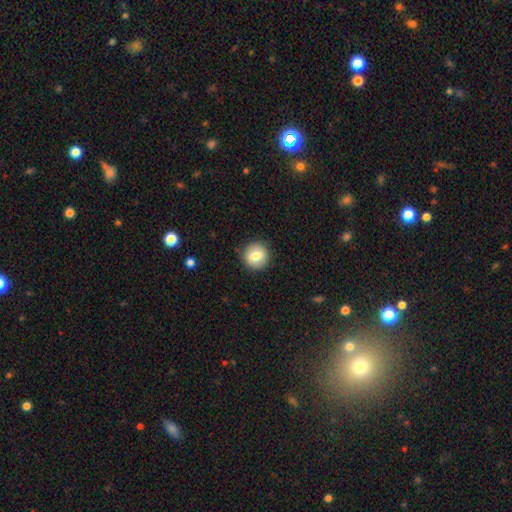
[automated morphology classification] A smooth galaxy with no disk features (79%) that is round (92%).

Vote fractions:
- Smooth or featured? smooth: 79% / featured or disk: 12% / star or artifact: 9%
- How rounded? round: 92% / in between: 7% / cigar-shaped: 1%
- Merging? none: 90% / minor disturbance: 7% / major disturbance: 2% / merger: 1%